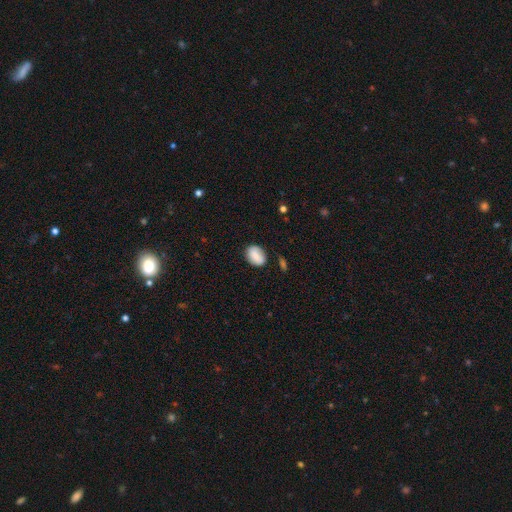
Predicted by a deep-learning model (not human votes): smooth_or_featured: smooth (p=0.79) [alt: featured or disk p=0.14]
how_rounded: in between (p=0.69) [alt: round p=0.29]
merging: none (p=0.75) [alt: minor disturbance p=0.18]